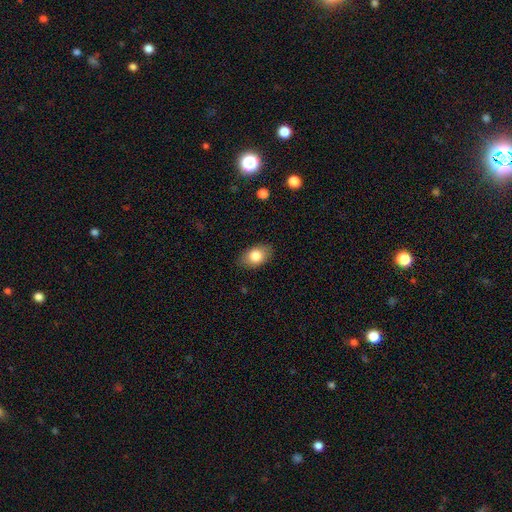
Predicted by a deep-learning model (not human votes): This is clearly a smooth galaxy (81%). How rounded: clearly in between (87%). Merging: clearly none (84%).